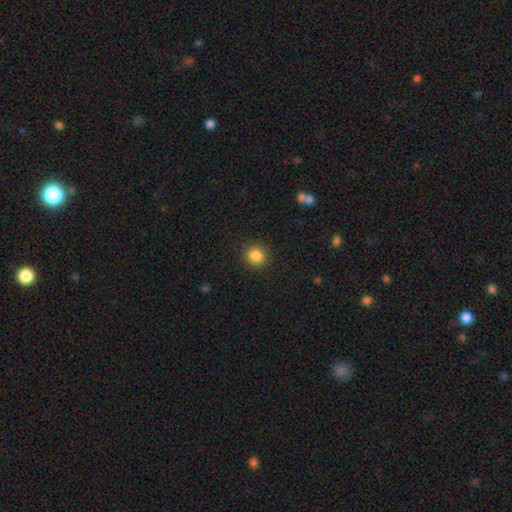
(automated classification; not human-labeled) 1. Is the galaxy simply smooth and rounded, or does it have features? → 85% smooth, 11% star or artifact, 4% featured or disk.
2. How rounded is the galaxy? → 91% round, 8% in between, 1% cigar-shaped.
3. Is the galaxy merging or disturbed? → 91% none, 6% minor disturbance, 2% major disturbance, 1% merger.